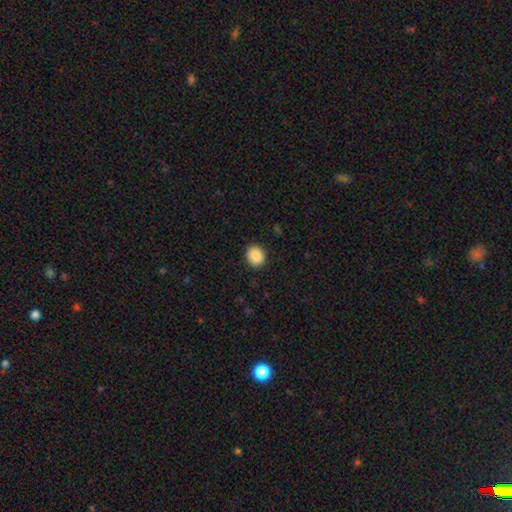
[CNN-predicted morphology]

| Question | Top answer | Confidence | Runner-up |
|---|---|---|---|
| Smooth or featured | smooth | 88% | star or artifact (8%) |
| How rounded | round | 70% | in between (29%) |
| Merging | none | 91% | minor disturbance (6%) |